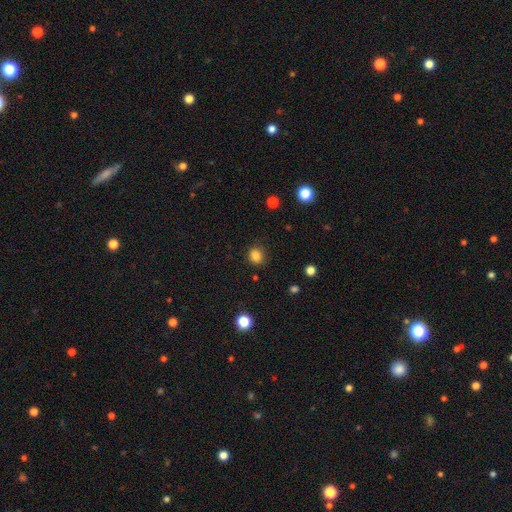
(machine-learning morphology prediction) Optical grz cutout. It shows a smooth galaxy with no disk features (84%) that is round (75%). Merging: none (86%).